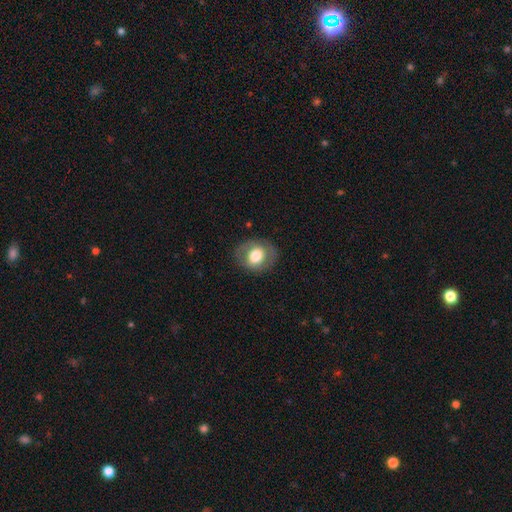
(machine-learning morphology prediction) The model was most divided on "how rounded": round: 60%, in between: 39%, cigar-shaped: 1%. More confident: merging — none (81%); smooth or featured — smooth (62%).